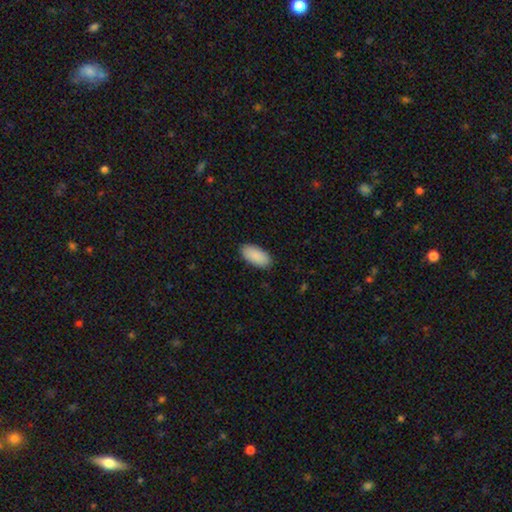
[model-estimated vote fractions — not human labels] smooth_or_featured: smooth (p=0.90) [alt: star or artifact p=0.06]
how_rounded: in between (p=0.94) [alt: cigar-shaped p=0.05]
merging: none (p=0.89) [alt: minor disturbance p=0.09]